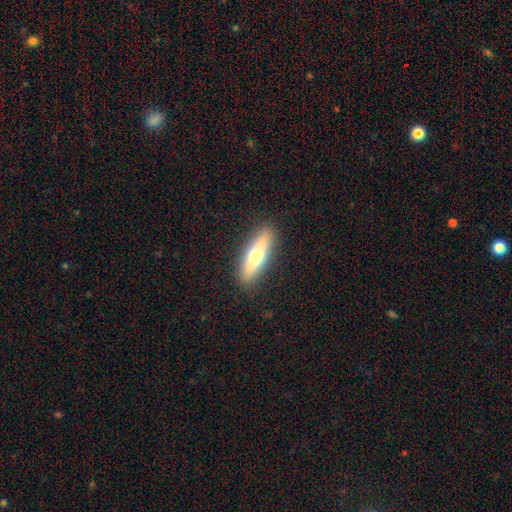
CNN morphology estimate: type=smooth (57%); roundness=cigar-shaped (64%); merging=none (90%).